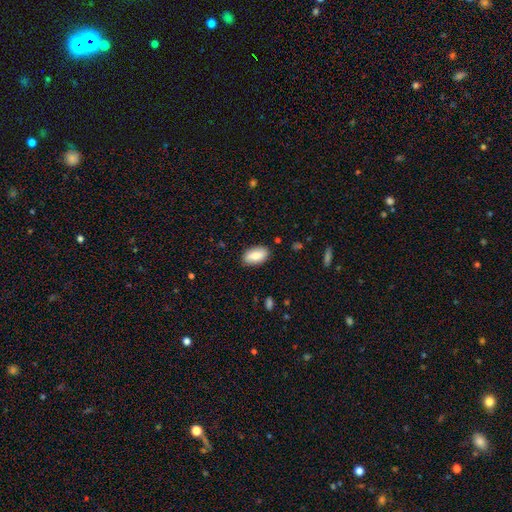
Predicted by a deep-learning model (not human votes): Smooth or featured: smooth — 80% (featured or disk — 13%)
How rounded: in between — 93% (round — 3%)
Merging: none — 86% (minor disturbance — 11%)